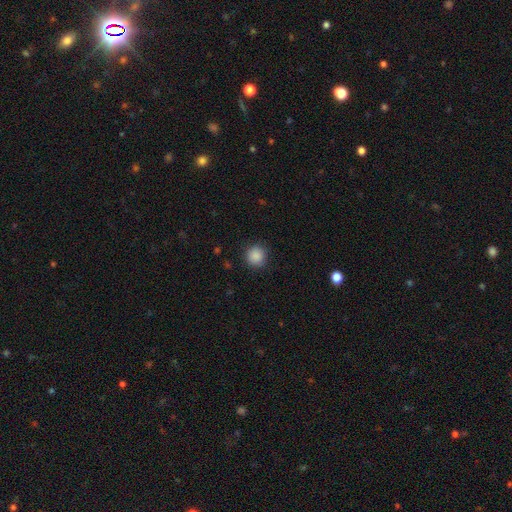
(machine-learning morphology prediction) The model was most divided on "merging": none: 87%, minor disturbance: 9%, major disturbance: 3%, merger: 1%. More confident: how rounded — round (92%); smooth or featured — smooth (88%).